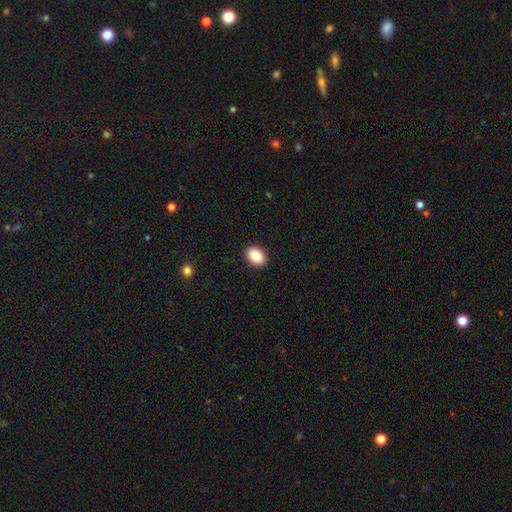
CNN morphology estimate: smooth 87%, star or artifact 8%, featured or disk 5%. Down the decision tree: how rounded — in between (73%); merging — none (92%).